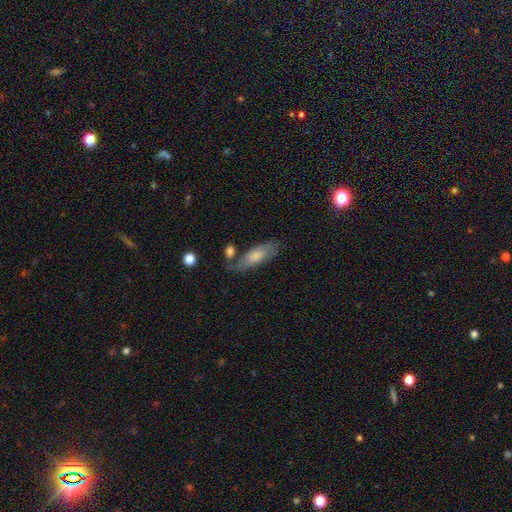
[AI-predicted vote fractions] Overall: smooth (60%; featured or disk 32%). How rounded: in between (54%; cigar-shaped 42%). Merging: none (65%).